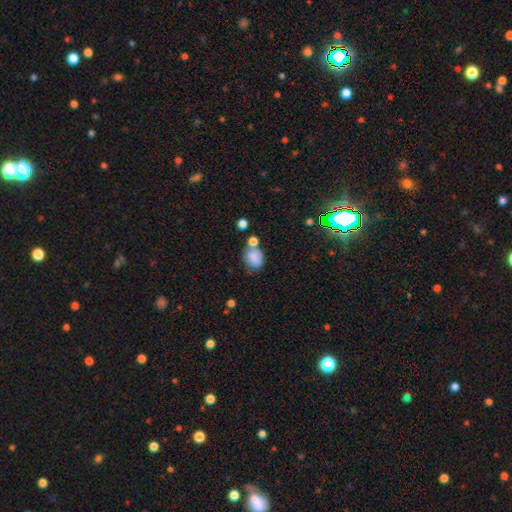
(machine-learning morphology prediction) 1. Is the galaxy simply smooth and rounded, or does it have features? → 83% smooth, 9% star or artifact, 8% featured or disk.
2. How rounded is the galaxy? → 51% in between, 48% round, 1% cigar-shaped.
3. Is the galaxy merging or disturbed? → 49% none, 26% merger, 18% minor disturbance, 7% major disturbance.